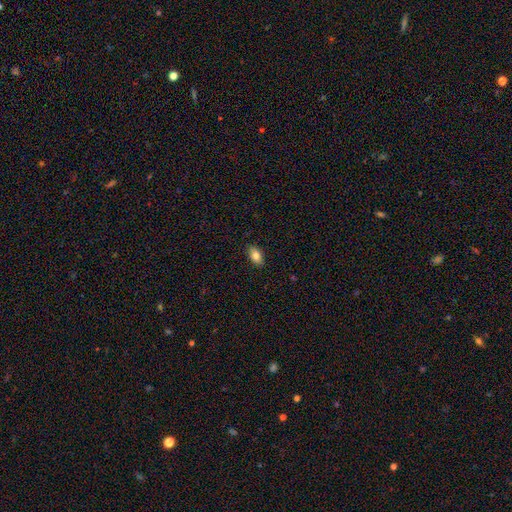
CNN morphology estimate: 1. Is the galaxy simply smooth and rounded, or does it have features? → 82% smooth, 11% featured or disk, 8% star or artifact.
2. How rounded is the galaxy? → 91% in between, 6% round, 4% cigar-shaped.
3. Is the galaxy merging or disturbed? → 88% none, 9% minor disturbance, 2% major disturbance, 1% merger.